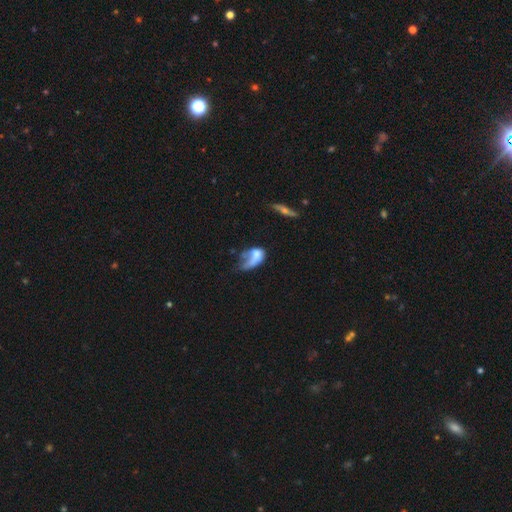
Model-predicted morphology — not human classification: A smooth galaxy with no disk features (53%) that is in between round and cigar-shaped (82%).

Vote fractions:
- Smooth or featured? smooth: 53% / featured or disk: 38% / star or artifact: 9%
- How rounded? in between: 82% / round: 13% / cigar-shaped: 4%
- Merging? major disturbance: 51% / minor disturbance: 19% / none: 18% / merger: 13%